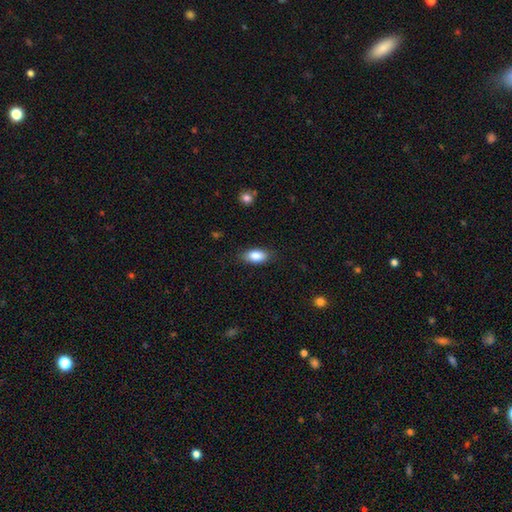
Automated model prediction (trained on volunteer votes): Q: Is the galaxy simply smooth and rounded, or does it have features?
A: smooth — 87%.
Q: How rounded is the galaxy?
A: in between — 91%.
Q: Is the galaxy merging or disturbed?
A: none — 83%.